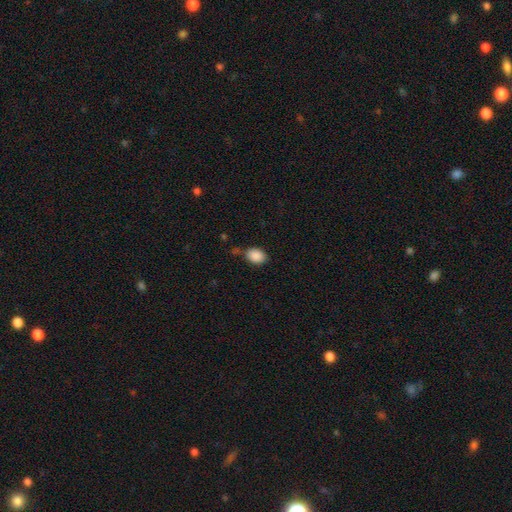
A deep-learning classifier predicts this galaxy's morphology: smooth-or-featured: smooth: 89% | star or artifact: 8% | featured or disk: 3%
  how-rounded: in between: 77% | round: 21% | cigar-shaped: 1%
  merging: none: 73% | minor disturbance: 17% | merger: 6% | major disturbance: 4%